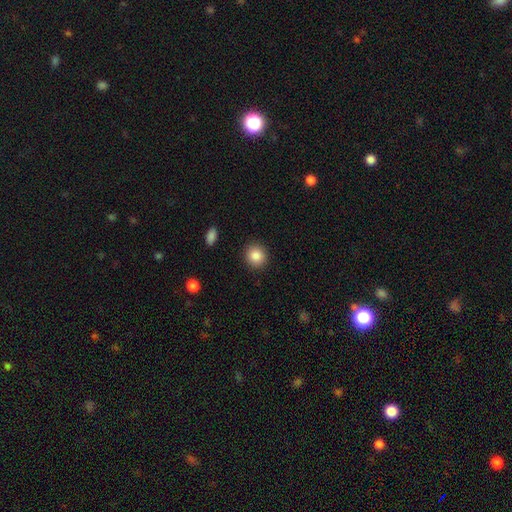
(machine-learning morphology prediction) This is clearly a smooth galaxy (86%). How rounded: clearly round (89%). Merging: clearly none (91%).